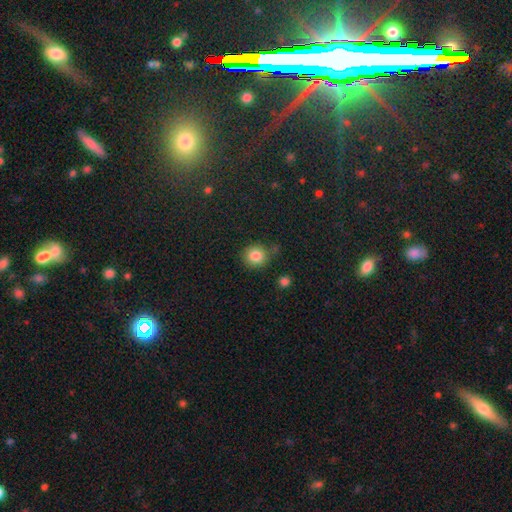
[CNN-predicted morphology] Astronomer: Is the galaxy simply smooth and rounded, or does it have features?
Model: smooth — 84%.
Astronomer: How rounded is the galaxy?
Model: round — 89%.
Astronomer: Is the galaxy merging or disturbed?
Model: none — 77%.